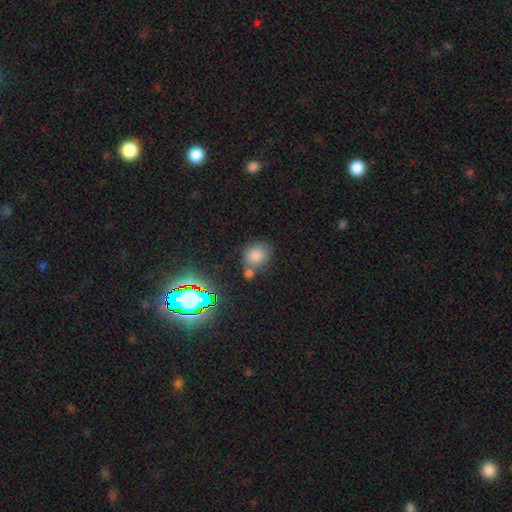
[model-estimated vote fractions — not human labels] This appears to be a smooth galaxy with no disk features (77%) that is round (64%). Merging: none (57%).